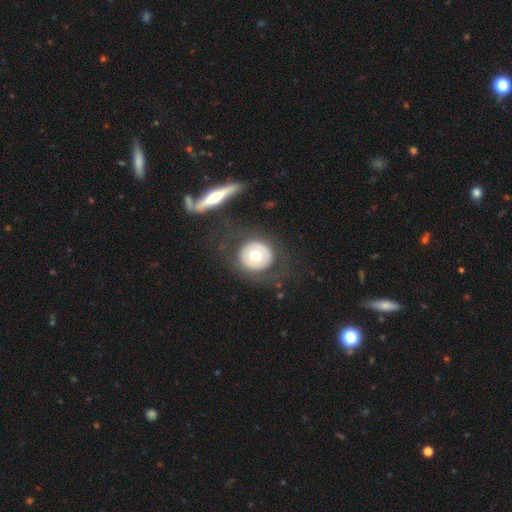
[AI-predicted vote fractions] Smooth or featured? Predicted: smooth (p=0.54). How rounded? Predicted: round (p=0.88). Merging? Predicted: none (p=0.79).